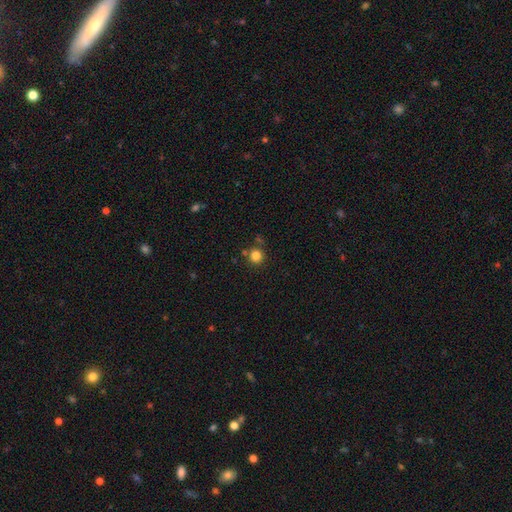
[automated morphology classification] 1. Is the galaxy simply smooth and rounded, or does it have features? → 82% smooth, 13% star or artifact, 5% featured or disk.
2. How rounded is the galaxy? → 94% round, 5% in between, 1% cigar-shaped.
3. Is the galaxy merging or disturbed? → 78% none, 9% merger, 9% minor disturbance, 3% major disturbance.